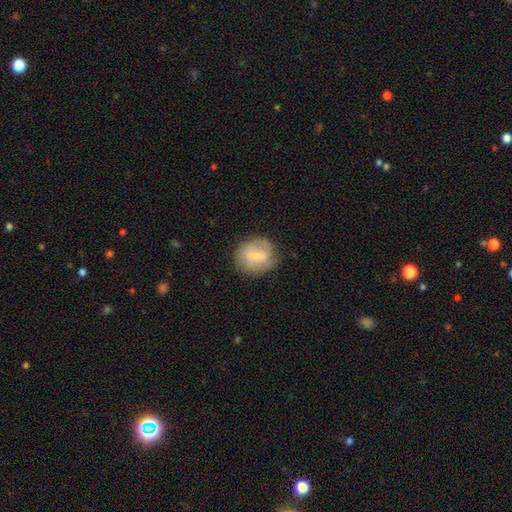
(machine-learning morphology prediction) A featured or disk galaxy (49%). Merging: none (70%).